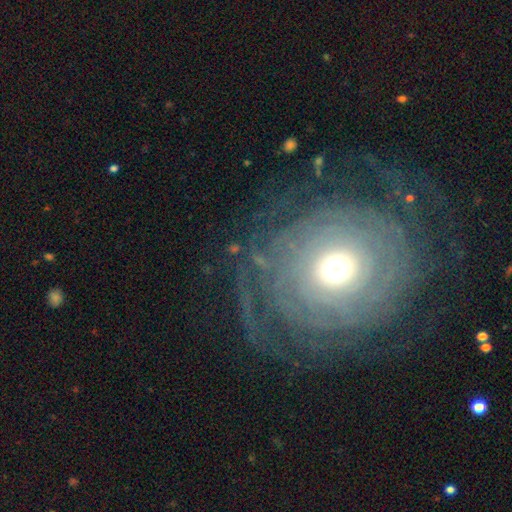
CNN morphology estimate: Smooth or featured: featured or disk — 78% (smooth — 13%)
Edge-on disk: no — 96% (yes — 4%)
Bar: no — 79% (weak — 15%)
Spiral arms: yes — 88% (no — 12%)
Spiral winding: tight — 79% (medium — 14%)
Spiral arm count: can't tell — 40% (more than 4 — 17%)
Bulge size: moderate — 66% (small — 19%)
Merging: none — 74% (minor disturbance — 13%)